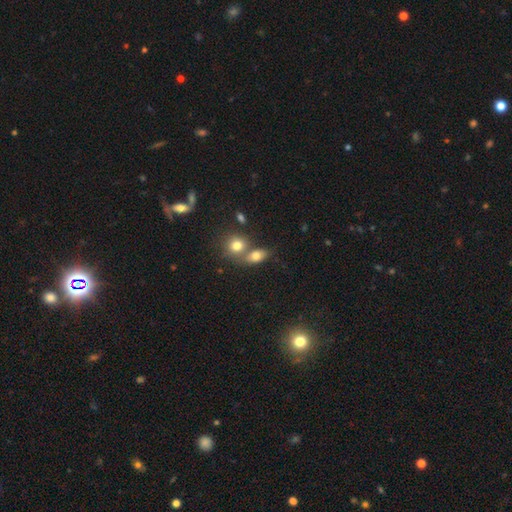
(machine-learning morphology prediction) The model was most divided on "merging" (2-way tie): merger: 42%, none: 42%, minor disturbance: 11%, major disturbance: 4%. More confident: smooth or featured — smooth (75%); how rounded — in between (69%).